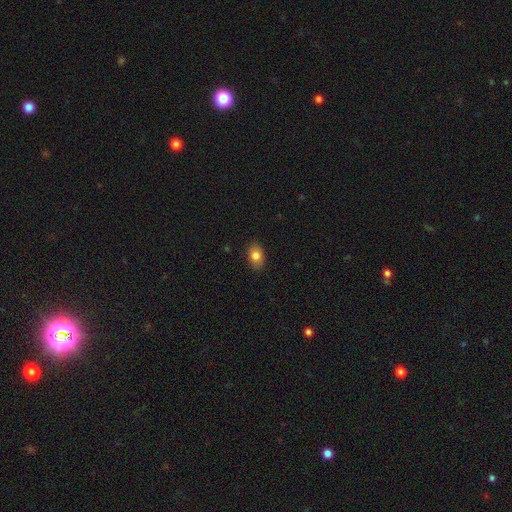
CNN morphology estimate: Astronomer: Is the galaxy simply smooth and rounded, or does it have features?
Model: smooth — 83%.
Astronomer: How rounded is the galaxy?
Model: in between — 85%.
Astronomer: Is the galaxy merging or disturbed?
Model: none — 88%.